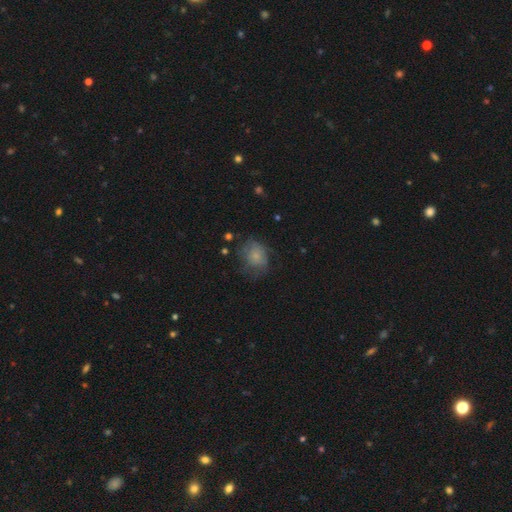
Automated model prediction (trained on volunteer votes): Smooth or featured?
  - smooth: 69% *
  - featured or disk: 20%
  - star or artifact: 11%
How rounded?
  - round: 59% *
  - in between: 40%
  - cigar-shaped: 1%
Merging?
  - none: 50% *
  - minor disturbance: 28%
  - major disturbance: 20%
  - merger: 2%